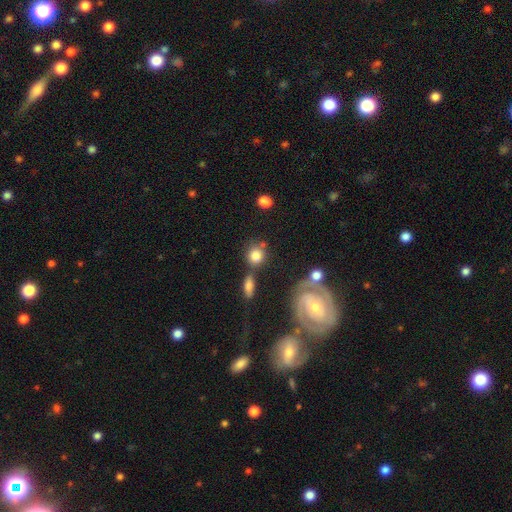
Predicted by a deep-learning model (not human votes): A smooth galaxy with no disk features (75%) that is round (79%).

Vote fractions:
- Smooth or featured? smooth: 75% / featured or disk: 15% / star or artifact: 10%
- How rounded? round: 79% / in between: 19% / cigar-shaped: 2%
- Merging? none: 60% / merger: 19% / minor disturbance: 15% / major disturbance: 7%